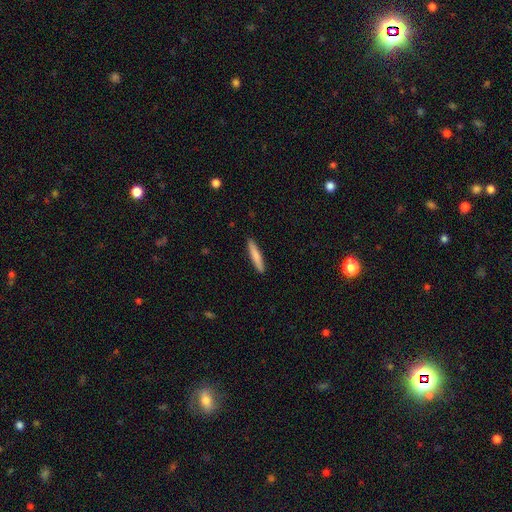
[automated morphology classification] This appears to be a smooth galaxy with no disk features (79%) that is cigar-shaped (93%). Merging: none (91%).